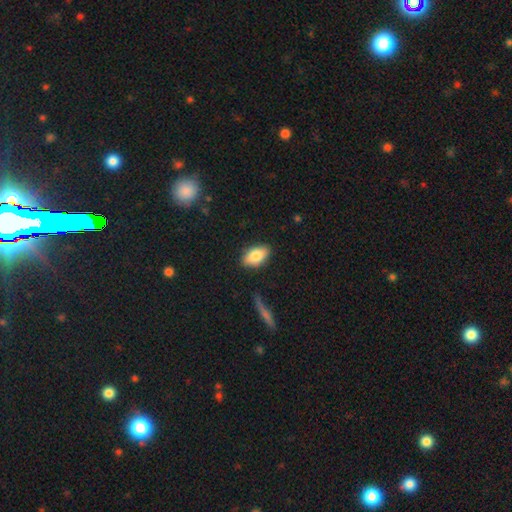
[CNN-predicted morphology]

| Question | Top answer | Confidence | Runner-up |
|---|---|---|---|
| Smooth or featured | smooth | 81% | featured or disk (12%) |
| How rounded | in between | 91% | round (6%) |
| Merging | none | 85% | minor disturbance (11%) |